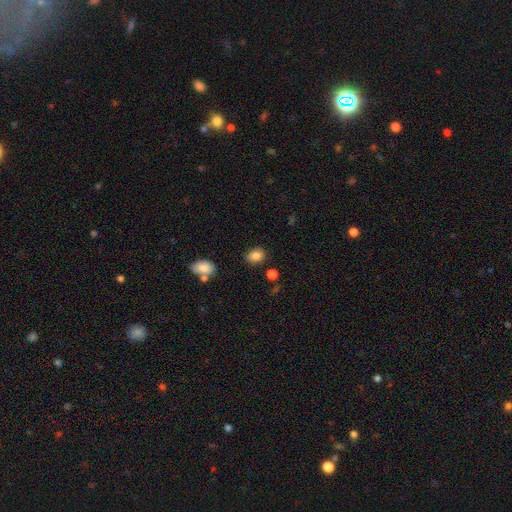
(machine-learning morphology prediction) smooth-or-featured: smooth: 86% | star or artifact: 9% | featured or disk: 5%
  how-rounded: in between: 66% | round: 32% | cigar-shaped: 1%
  merging: none: 81% | minor disturbance: 13% | merger: 3% | major disturbance: 3%